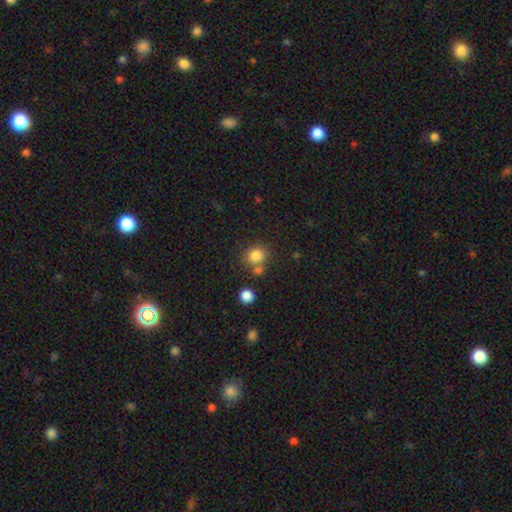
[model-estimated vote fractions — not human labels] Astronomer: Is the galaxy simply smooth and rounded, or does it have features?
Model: smooth — 82%.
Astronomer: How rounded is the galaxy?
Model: round — 79%.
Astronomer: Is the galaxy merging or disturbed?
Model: none — 62%.